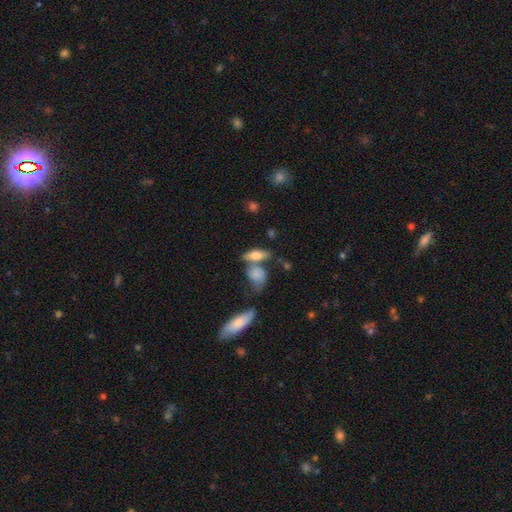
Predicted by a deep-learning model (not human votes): Q: Smooth or featured?
A: smooth (61%); runner-up: featured or disk (31%)
Q: How rounded?
A: in between (67%); runner-up: cigar-shaped (27%)
Q: Merging?
A: none (53%); runner-up: merger (26%)